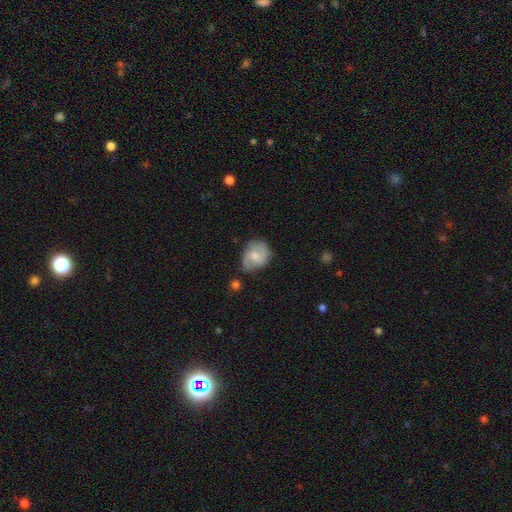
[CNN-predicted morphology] Smooth or featured?
  - featured or disk: 51% *
  - smooth: 42%
  - star or artifact: 7%
Edge-on disk?
  - no: 97% *
  - yes: 3%
Merging?
  - none: 57% *
  - minor disturbance: 29%
  - major disturbance: 9%
  - merger: 4%